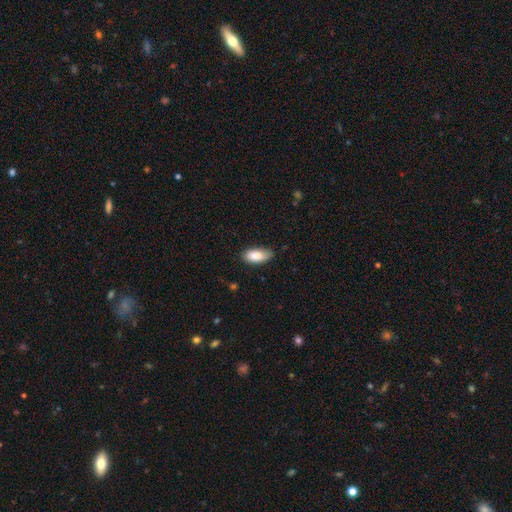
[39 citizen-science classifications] Smooth or featured? 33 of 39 (85%) said smooth. How rounded? 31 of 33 (94%) said in between. Merging? 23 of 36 (64%) said none.